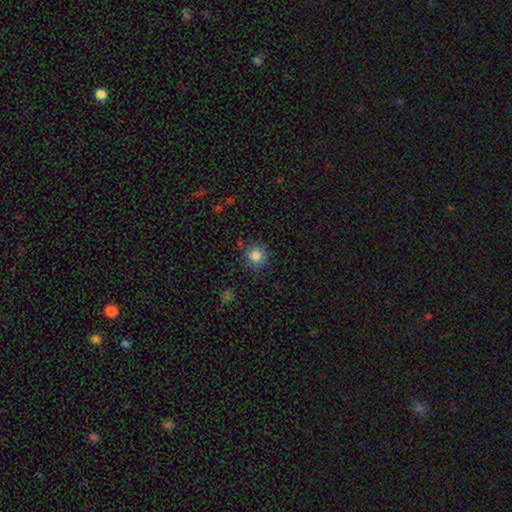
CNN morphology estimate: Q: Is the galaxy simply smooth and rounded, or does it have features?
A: smooth — 84%.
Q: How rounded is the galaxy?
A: round — 93%.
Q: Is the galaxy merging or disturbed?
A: none — 85%.